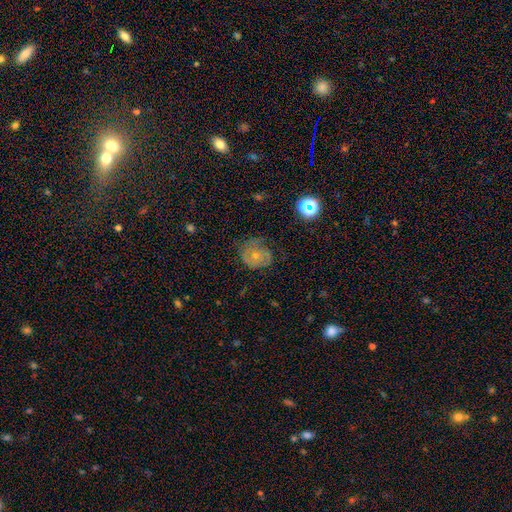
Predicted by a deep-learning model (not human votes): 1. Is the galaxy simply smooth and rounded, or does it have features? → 55% featured or disk, 33% smooth, 12% star or artifact.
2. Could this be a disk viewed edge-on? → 97% no, 3% yes.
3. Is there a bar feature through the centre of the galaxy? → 82% no, 15% weak, 3% strong.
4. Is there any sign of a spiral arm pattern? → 79% yes, 21% no.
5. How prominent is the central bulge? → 56% small, 40% moderate, 2% none, 2% large, 1% dominant.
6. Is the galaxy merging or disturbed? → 58% none, 26% minor disturbance, 15% major disturbance, 2% merger.